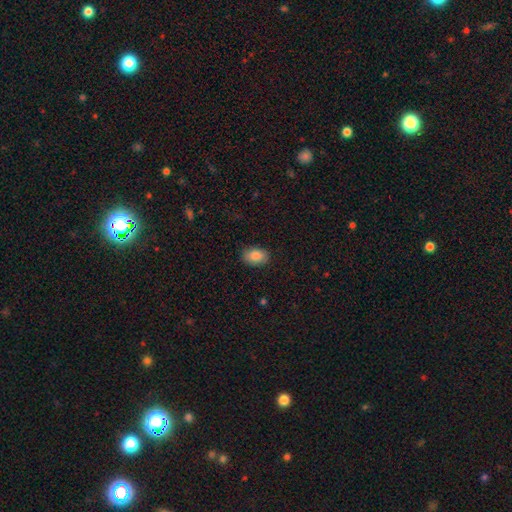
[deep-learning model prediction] The model was most divided on "how rounded": in between: 87%, round: 12%, cigar-shaped: 1%. More confident: merging — none (87%); smooth or featured — smooth (86%).